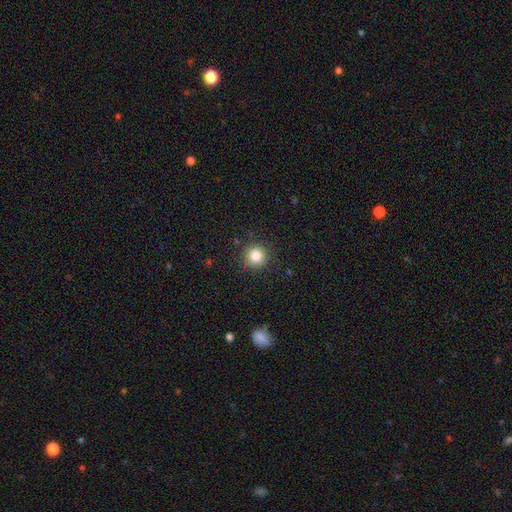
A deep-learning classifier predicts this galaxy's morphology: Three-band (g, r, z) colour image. It shows a smooth galaxy with no disk features (83%) that is round (94%). Merging: none (89%).